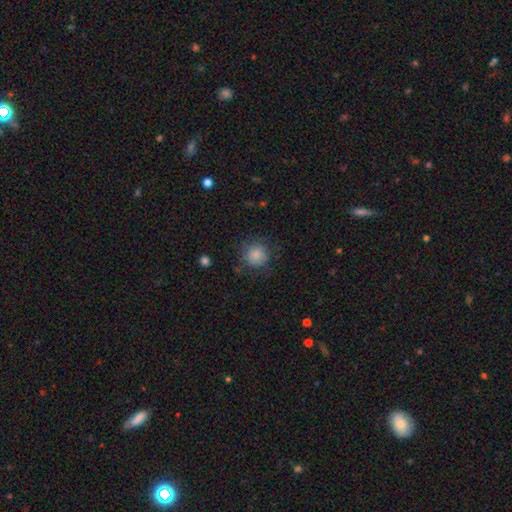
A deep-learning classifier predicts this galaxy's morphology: A smooth galaxy with no disk features (84%) that is round (92%). Merging: none (77%).